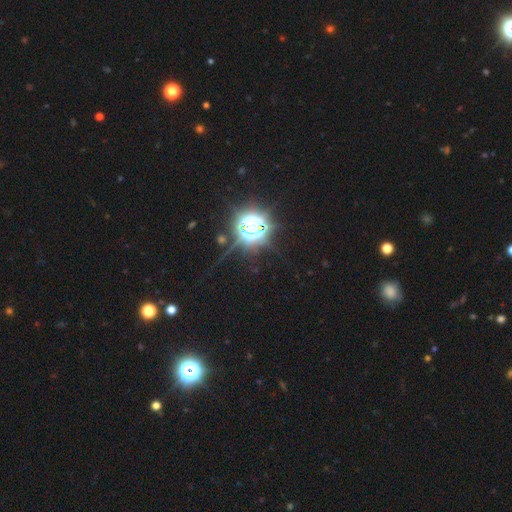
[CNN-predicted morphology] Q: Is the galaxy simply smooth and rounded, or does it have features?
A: star or artifact — 82%.